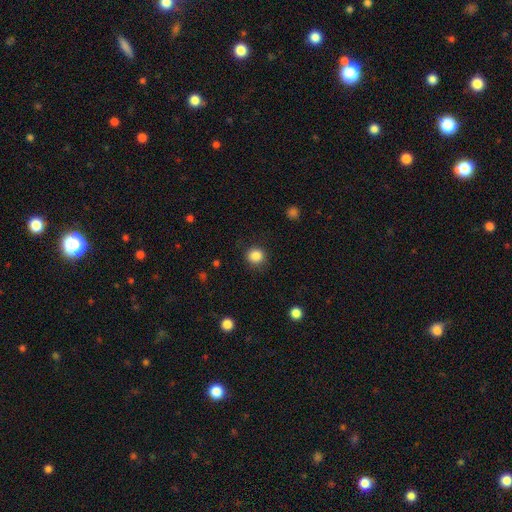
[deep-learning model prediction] Smooth or featured? smooth (86%)
How rounded? round (92%)
Merging? none (88%)